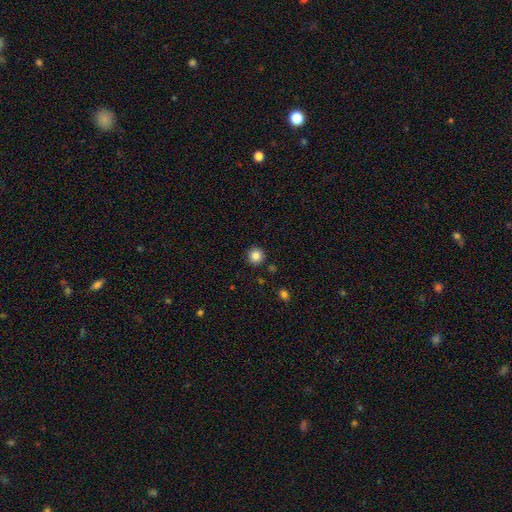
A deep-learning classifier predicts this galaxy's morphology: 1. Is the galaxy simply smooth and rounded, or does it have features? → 84% smooth, 11% star or artifact, 5% featured or disk.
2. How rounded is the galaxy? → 95% round, 4% in between, 1% cigar-shaped.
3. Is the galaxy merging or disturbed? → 91% none, 5% minor disturbance, 2% merger, 2% major disturbance.